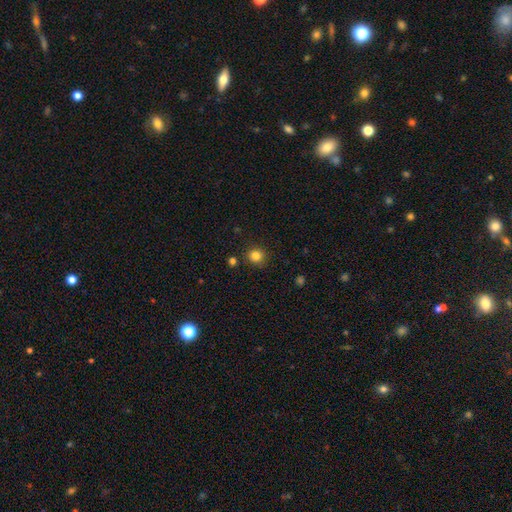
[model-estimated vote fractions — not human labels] smooth 82%, star or artifact 13%, featured or disk 5%. Down the decision tree: how rounded — round (90%); merging — none (86%).